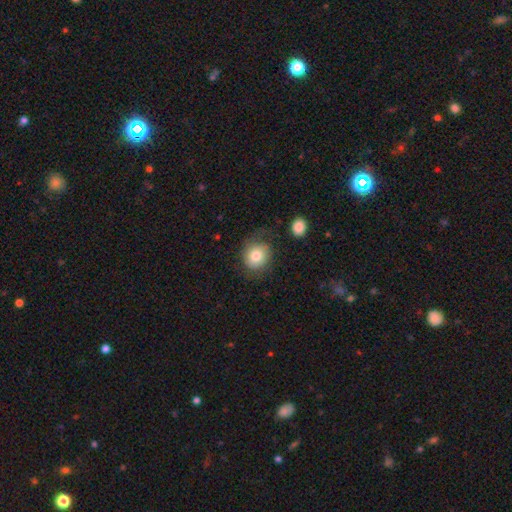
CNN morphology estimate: Smooth or featured? Predicted: smooth (p=0.75). How rounded? Predicted: round (p=0.74). Merging? Predicted: none (p=0.60).